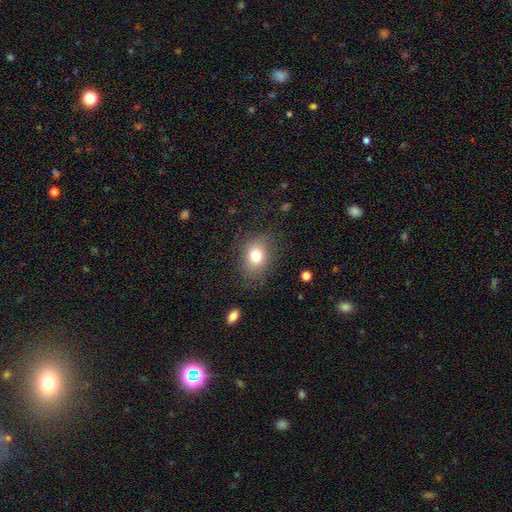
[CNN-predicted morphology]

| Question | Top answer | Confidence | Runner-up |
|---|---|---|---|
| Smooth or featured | smooth | 77% | featured or disk (11%) |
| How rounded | in between | 58% | round (41%) |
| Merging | none | 78% | minor disturbance (15%) |